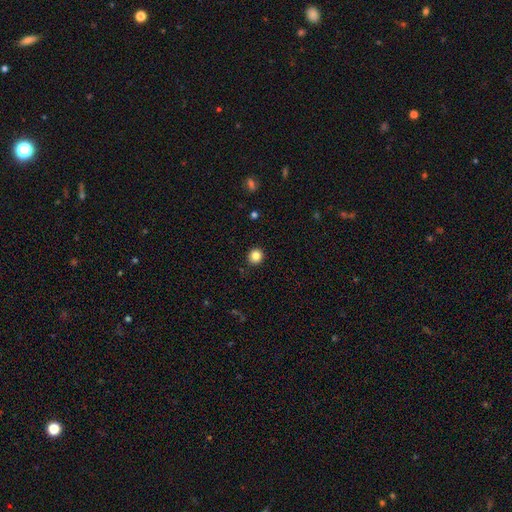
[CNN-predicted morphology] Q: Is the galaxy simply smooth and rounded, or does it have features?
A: smooth — 84%.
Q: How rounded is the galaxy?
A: round — 91%.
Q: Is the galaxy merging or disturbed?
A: none — 91%.